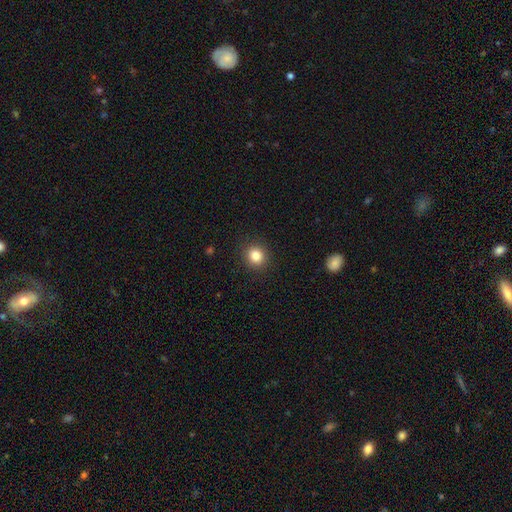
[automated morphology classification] Smooth or featured?
  - smooth: 83% *
  - star or artifact: 11%
  - featured or disk: 6%
How rounded?
  - round: 86% *
  - in between: 13%
  - cigar-shaped: 1%
Merging?
  - none: 91% *
  - minor disturbance: 6%
  - major disturbance: 2%
  - merger: 1%